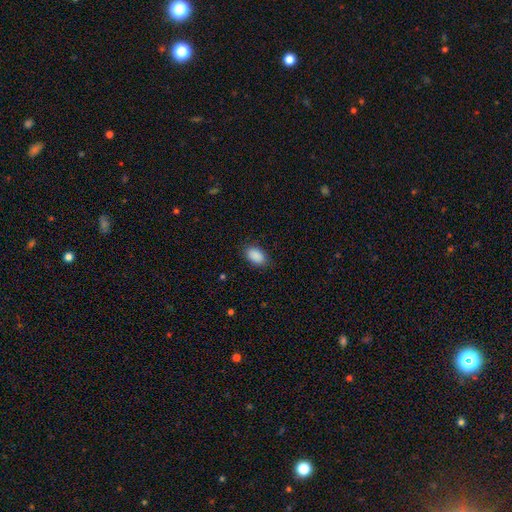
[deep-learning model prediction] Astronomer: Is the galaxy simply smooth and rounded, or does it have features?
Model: smooth — 90%.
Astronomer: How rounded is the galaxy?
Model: in between — 90%.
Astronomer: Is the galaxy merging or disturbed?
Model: none — 85%.